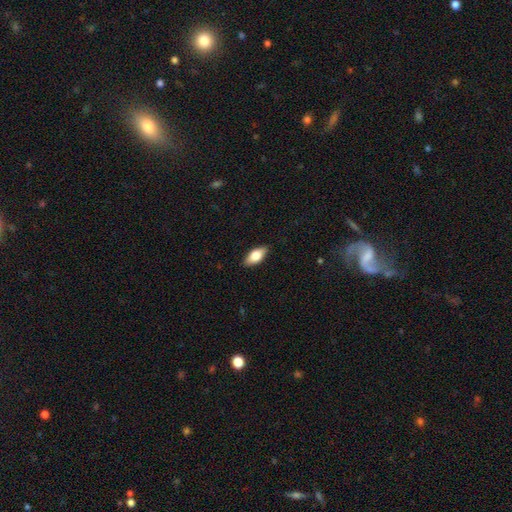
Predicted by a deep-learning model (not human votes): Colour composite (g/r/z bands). It shows a smooth galaxy with no disk features (73%) that is in between round and cigar-shaped (86%). Merging: none (87%).